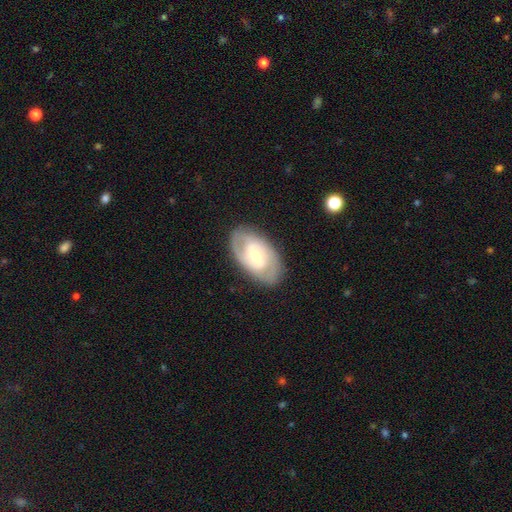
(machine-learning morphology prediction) smooth_or_featured: featured or disk (p=0.71) [alt: smooth p=0.23]
disk_edge_on: no (p=0.94) [alt: yes p=0.06]
bar: no (p=0.51) [alt: weak p=0.38]
has_spiral_arms: yes (p=0.82) [alt: no p=0.18]
spiral_winding: tight (p=0.49) [alt: medium p=0.39]
spiral_arm_count: 2 (p=0.68) [alt: can't tell p=0.20]
bulge_size: moderate (p=0.57) [alt: small p=0.37]
merging: none (p=0.83) [alt: minor disturbance p=0.12]